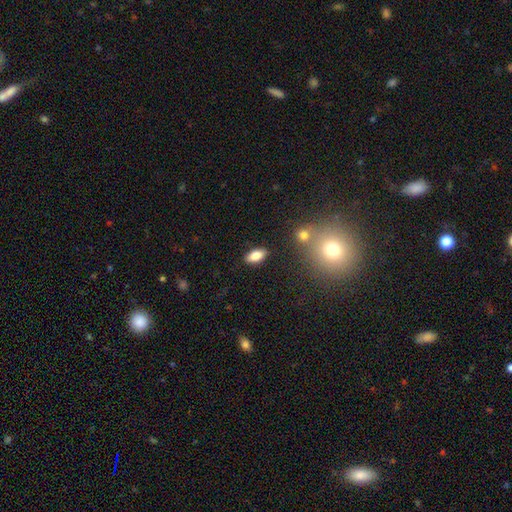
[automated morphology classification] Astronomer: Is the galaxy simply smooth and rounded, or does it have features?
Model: smooth — 82%.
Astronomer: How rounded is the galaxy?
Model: in between — 90%.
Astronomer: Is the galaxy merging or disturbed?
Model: none — 87%.